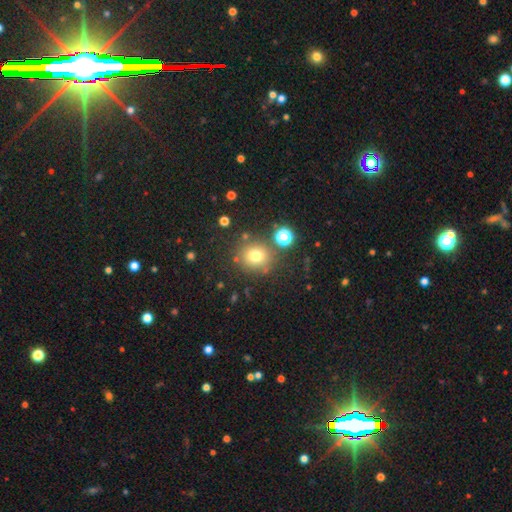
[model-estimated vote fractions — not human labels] smooth 73%, star or artifact 17%, featured or disk 10%. Down the decision tree: how rounded — round (86%); merging — none (80%).